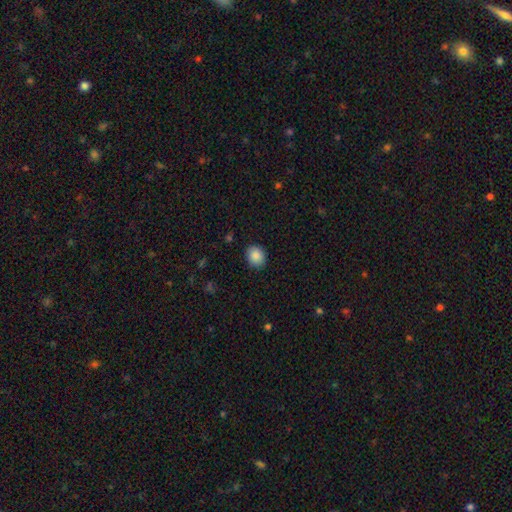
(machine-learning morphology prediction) Smooth or featured? Predicted: smooth (p=0.88). How rounded? Predicted: round (p=0.65). Merging? Predicted: none (p=0.89).